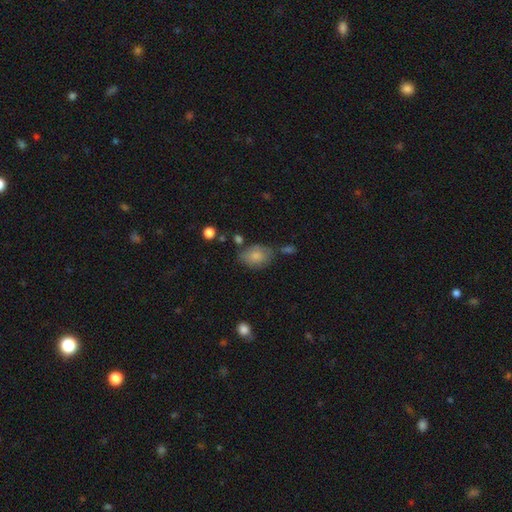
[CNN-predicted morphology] smooth_or_featured: smooth (p=0.80) [alt: featured or disk p=0.12]
how_rounded: in between (p=0.79) [alt: round p=0.20]
merging: none (p=0.59) [alt: minor disturbance p=0.24]